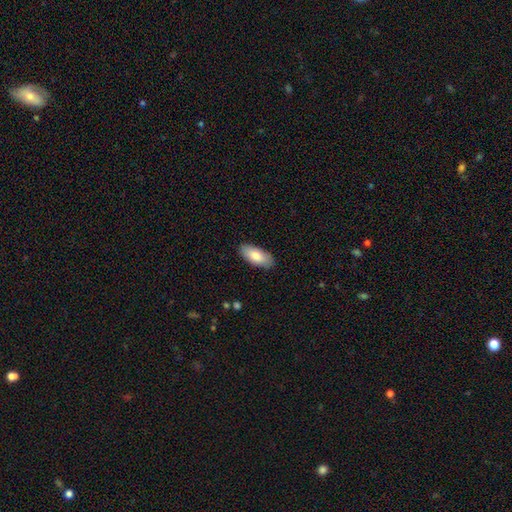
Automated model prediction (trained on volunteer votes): Morphology: type=smooth (83%); roundness=in between (87%); merging=none (88%).